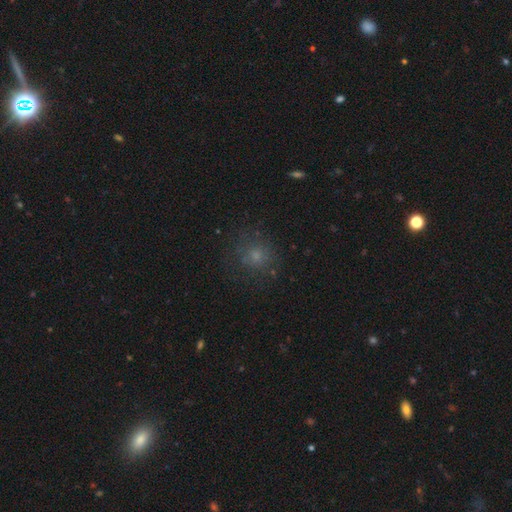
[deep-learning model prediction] This appears to be a smooth galaxy with no disk features (69%) that is round (85%). Merging: none (74%).